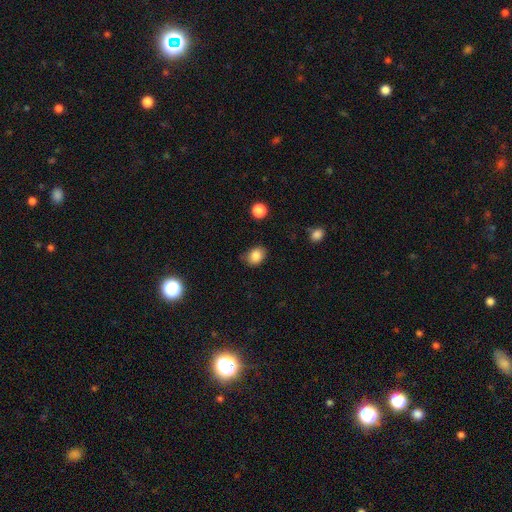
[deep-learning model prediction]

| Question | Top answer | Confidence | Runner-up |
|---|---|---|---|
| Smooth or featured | smooth | 85% | star or artifact (10%) |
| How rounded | in between | 55% | round (44%) |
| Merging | none | 72% | minor disturbance (21%) |